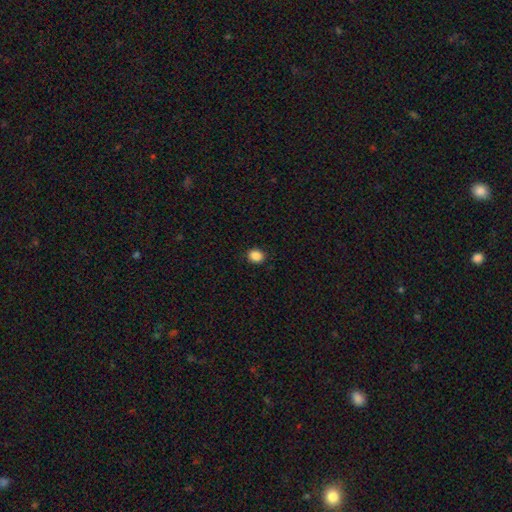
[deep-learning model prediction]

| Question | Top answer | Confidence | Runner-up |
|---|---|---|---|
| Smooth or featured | smooth | 87% | star or artifact (10%) |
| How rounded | round | 63% | in between (37%) |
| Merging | none | 90% | minor disturbance (7%) |